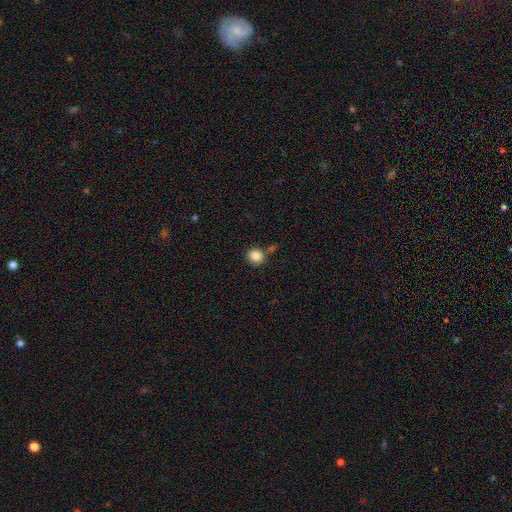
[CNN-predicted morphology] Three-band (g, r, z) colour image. It shows a smooth galaxy with no disk features (87%) that is round (88%). Merging: none (79%).